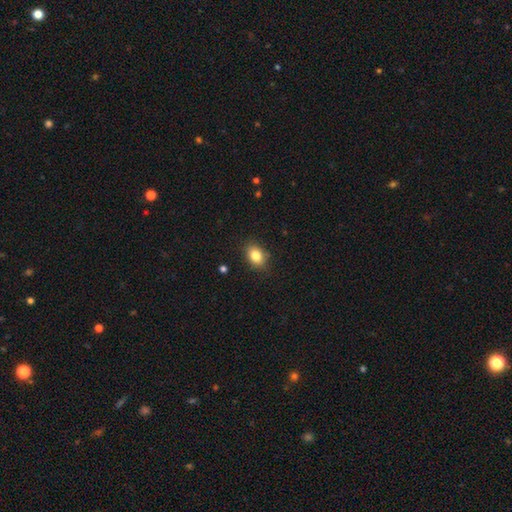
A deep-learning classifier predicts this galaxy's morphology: Smooth or featured: smooth — 83% (star or artifact — 9%)
How rounded: in between — 74% (round — 25%)
Merging: none — 85% (minor disturbance — 11%)